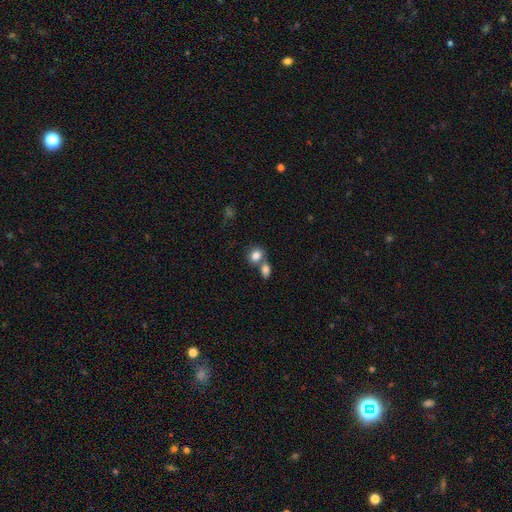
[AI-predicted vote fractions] smooth-or-featured: smooth: 83% | star or artifact: 9% | featured or disk: 8%
  how-rounded: in between: 54% | round: 45% | cigar-shaped: 1%
  merging: merger: 45% | none: 42% | minor disturbance: 9% | major disturbance: 4%